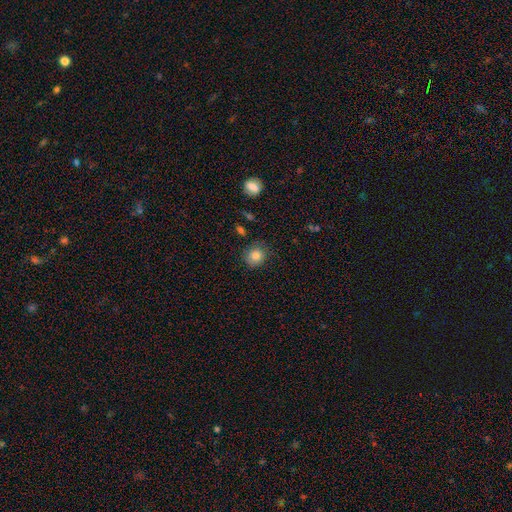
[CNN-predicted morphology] The model was most divided on "how rounded": round: 76%, in between: 23%, cigar-shaped: 1%. More confident: smooth or featured — smooth (82%); merging — none (81%).